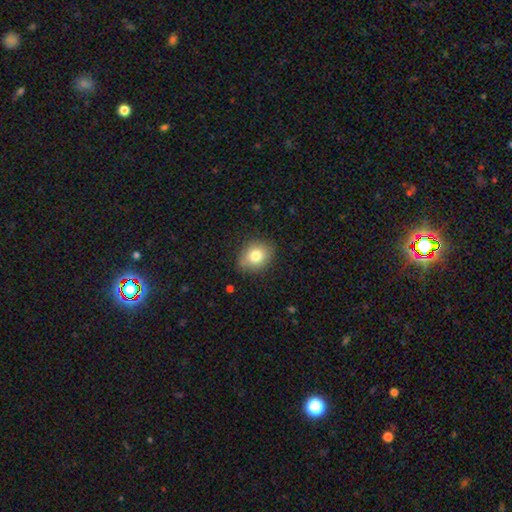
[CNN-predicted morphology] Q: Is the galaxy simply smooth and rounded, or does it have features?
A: smooth — 80%.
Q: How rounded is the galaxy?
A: round — 51%.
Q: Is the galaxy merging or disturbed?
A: none — 83%.